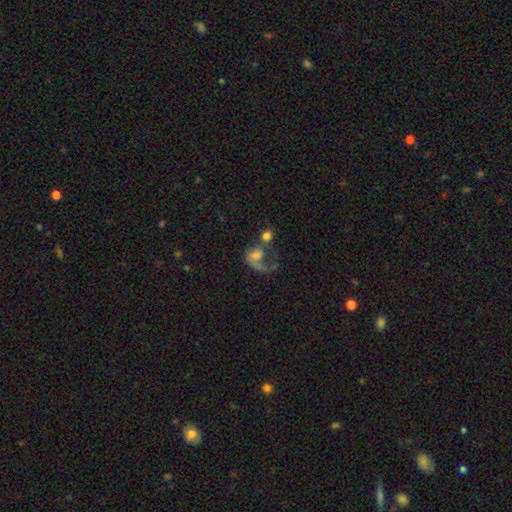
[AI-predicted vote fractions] Smooth or featured: featured or disk — 52% (smooth — 38%)
Edge-on disk: no — 97% (yes — 3%)
Bar: no — 73% (weak — 22%)
Spiral arms: yes — 73% (no — 27%)
Bulge size: moderate — 40% (small — 23%)
Merging: merger — 42% (major disturbance — 31%)